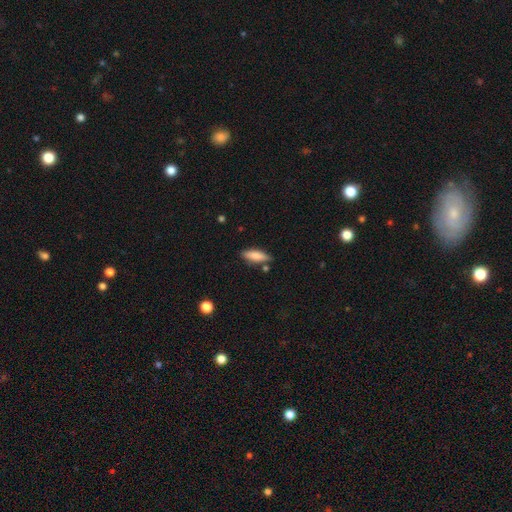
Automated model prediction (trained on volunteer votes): A smooth galaxy with no disk features (77%) that is in between round and cigar-shaped (52%).

Vote fractions:
- Smooth or featured? smooth: 77% / featured or disk: 16% / star or artifact: 6%
- How rounded? in between: 52% / cigar-shaped: 46% / round: 2%
- Merging? none: 78% / minor disturbance: 15% / merger: 5% / major disturbance: 3%